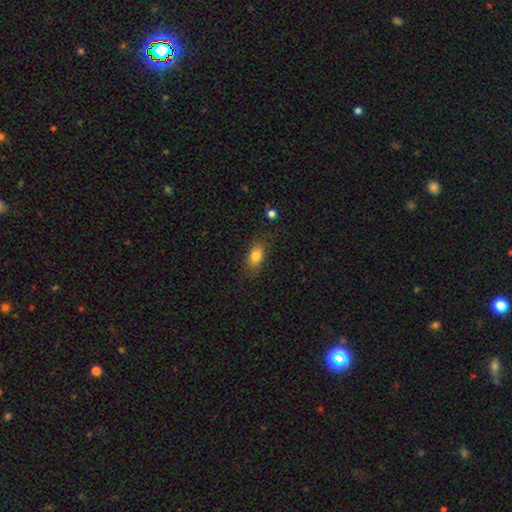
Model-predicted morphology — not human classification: Overall: smooth (82%). How rounded: in between (85%). Merging: none (77%).